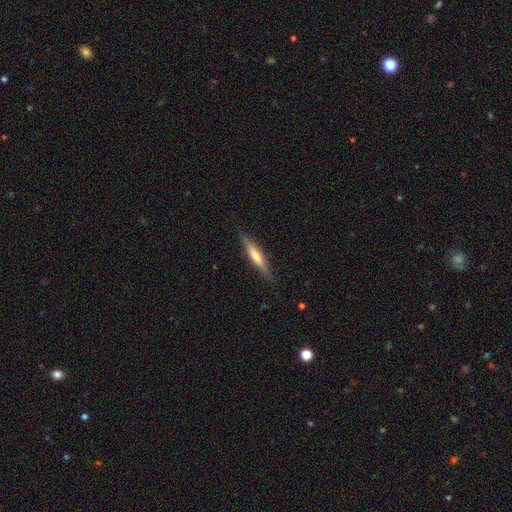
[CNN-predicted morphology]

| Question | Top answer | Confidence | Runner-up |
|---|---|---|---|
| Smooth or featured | featured or disk | 51% | smooth (43%) |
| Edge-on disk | yes | 94% | no (6%) |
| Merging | none | 86% | minor disturbance (11%) |